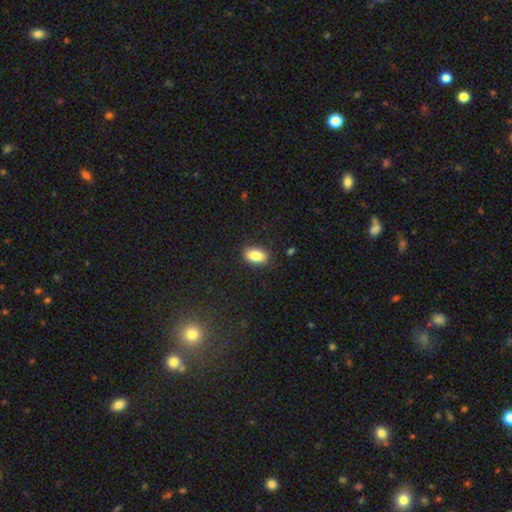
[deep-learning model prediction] Smooth or featured? smooth (85%)
How rounded? in between (90%)
Merging? none (85%)